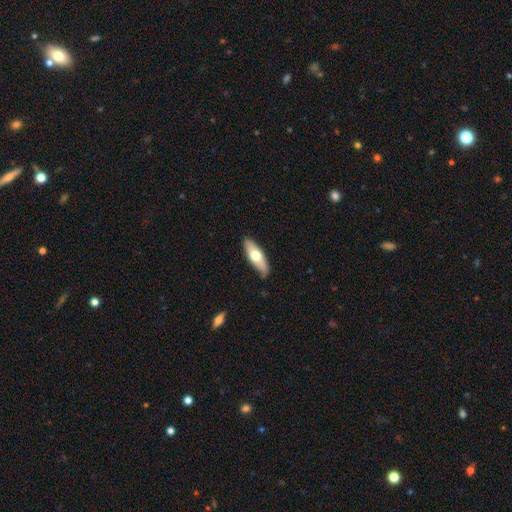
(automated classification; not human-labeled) Smooth or featured? smooth (60%)
How rounded? in between (62%)
Merging? none (84%)